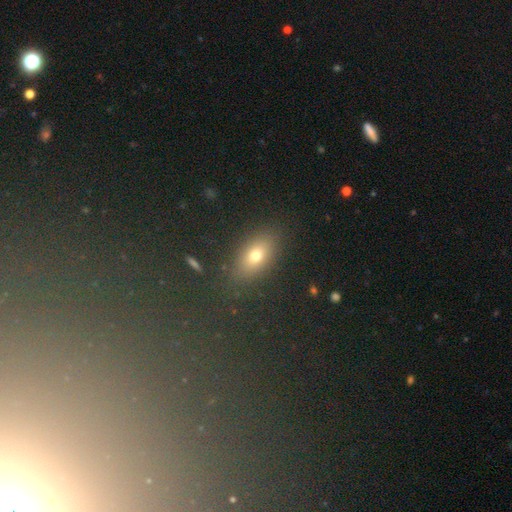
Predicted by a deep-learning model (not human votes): This appears to be a smooth galaxy with no disk features (71%) that is in between round and cigar-shaped (78%). Merging: none (83%).